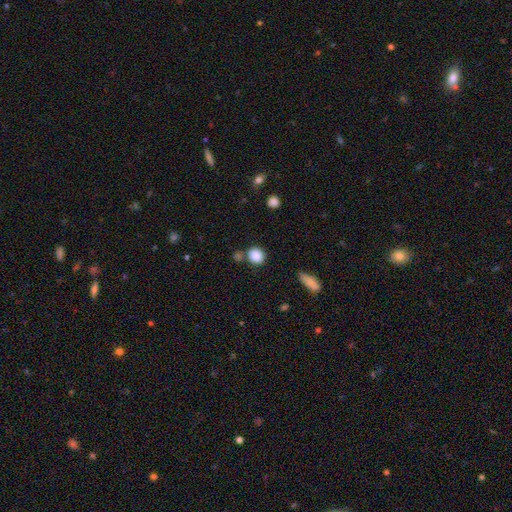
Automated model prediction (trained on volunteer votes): A smooth galaxy with no disk features (87%) that is round (80%). Merging: none (70%).